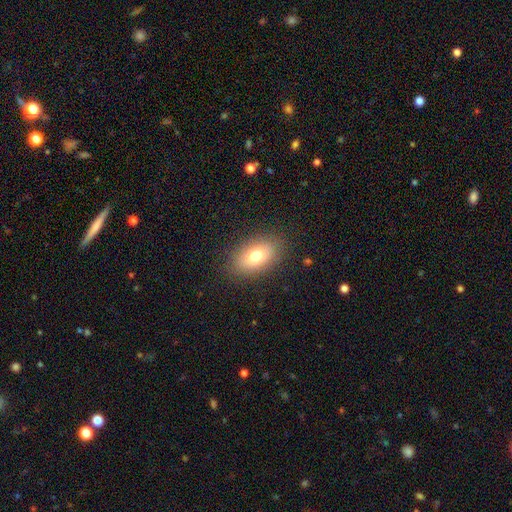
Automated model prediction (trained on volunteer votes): Smooth or featured? Predicted: smooth (p=0.74). How rounded? Predicted: in between (p=0.89). Merging? Predicted: none (p=0.85).